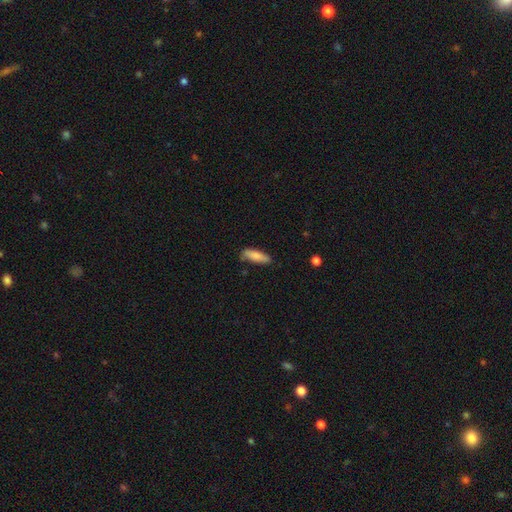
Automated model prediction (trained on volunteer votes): Smooth or featured?
  - smooth: 83% *
  - featured or disk: 12%
  - star or artifact: 6%
How rounded?
  - cigar-shaped: 54% *
  - in between: 44%
  - round: 2%
Merging?
  - none: 74% *
  - minor disturbance: 20%
  - major disturbance: 3%
  - merger: 2%